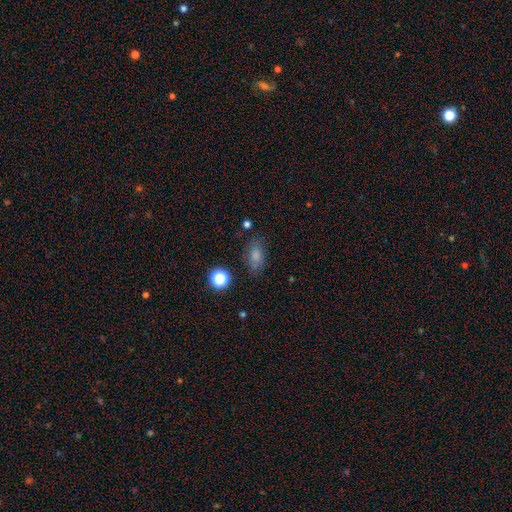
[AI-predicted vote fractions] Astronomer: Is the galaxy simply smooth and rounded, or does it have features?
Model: smooth — 76%.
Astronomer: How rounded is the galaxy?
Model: in between — 82%.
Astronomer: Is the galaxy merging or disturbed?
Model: none — 71%.